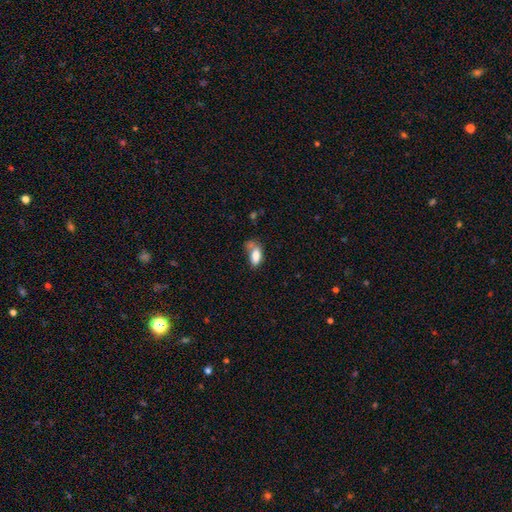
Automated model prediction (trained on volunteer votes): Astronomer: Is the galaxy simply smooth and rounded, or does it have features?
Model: smooth — 80%.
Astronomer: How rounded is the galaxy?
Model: in between — 87%.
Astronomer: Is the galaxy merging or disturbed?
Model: none — 34% (runner-up: minor disturbance, 26%).